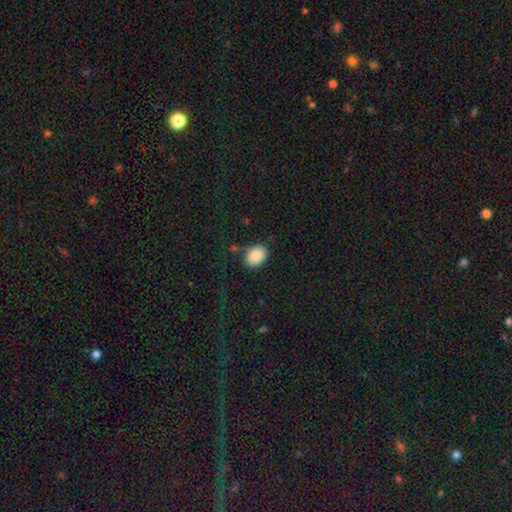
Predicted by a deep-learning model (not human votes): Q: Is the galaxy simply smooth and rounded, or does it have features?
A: smooth — 88%.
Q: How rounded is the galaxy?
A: in between — 79%.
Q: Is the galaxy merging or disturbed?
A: none — 83%.